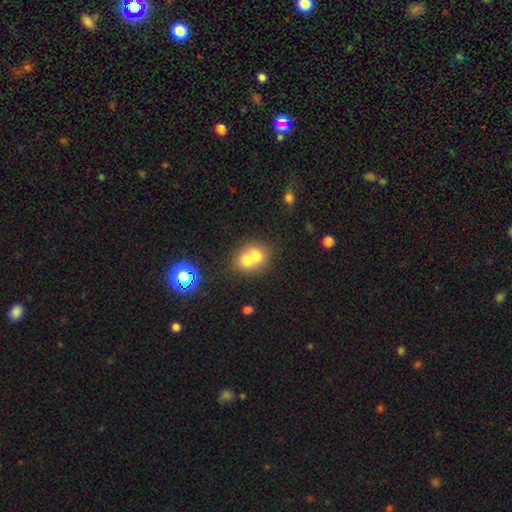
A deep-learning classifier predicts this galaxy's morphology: smooth-or-featured: smooth: 69% | featured or disk: 19% | star or artifact: 12%
  how-rounded: round: 66% | in between: 33% | cigar-shaped: 1%
  merging: merger: 70% | none: 23% | minor disturbance: 5% | major disturbance: 3%